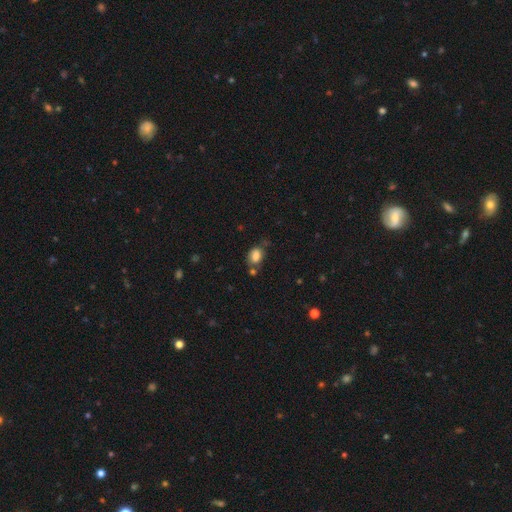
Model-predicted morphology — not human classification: Smooth or featured: smooth — 81% (star or artifact — 10%)
How rounded: in between — 70% (round — 28%)
Merging: none — 57% (minor disturbance — 20%)